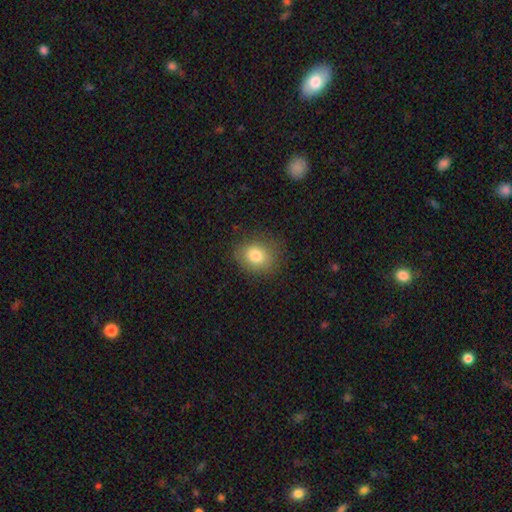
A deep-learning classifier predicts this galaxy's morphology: Overall: smooth (80%). How rounded: round (53%; in between 46%). Merging: none (80%).